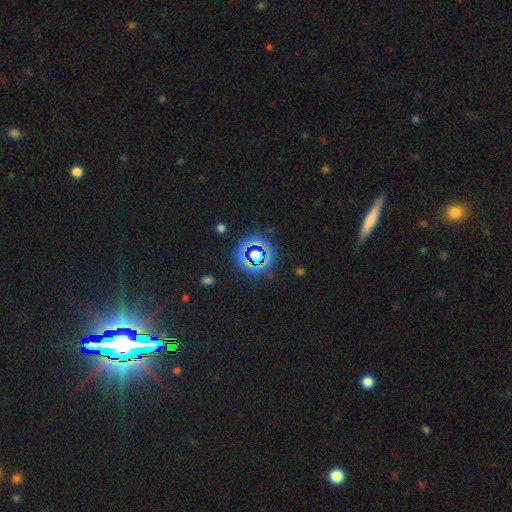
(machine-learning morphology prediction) A star or artifact, not a galaxy (59%).

Vote fractions:
- Smooth or featured? star or artifact: 59% / smooth: 29% / featured or disk: 12%